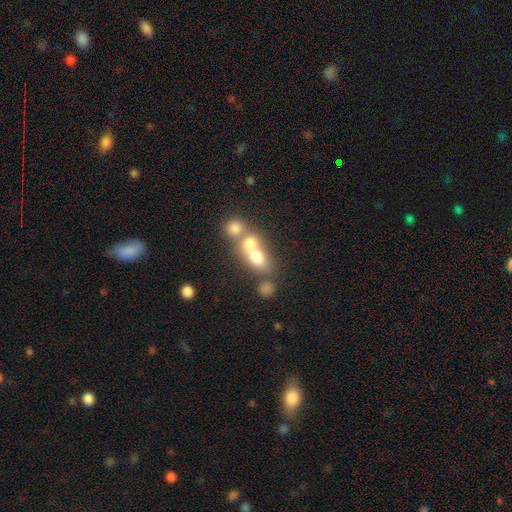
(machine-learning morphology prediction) A smooth galaxy with no disk features (66%) that is in between round and cigar-shaped (49%). Merging: merger (66%).